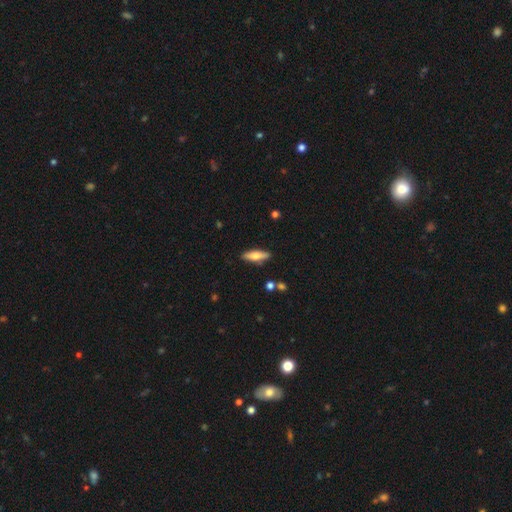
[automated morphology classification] The model was most divided on "how rounded": cigar-shaped: 55%, in between: 42%, round: 2%. More confident: merging — none (86%); smooth or featured — smooth (59%).